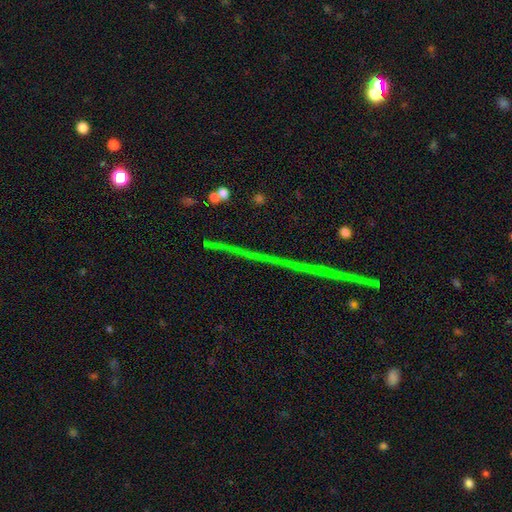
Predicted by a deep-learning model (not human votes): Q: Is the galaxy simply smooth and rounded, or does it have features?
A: star or artifact — 80%.